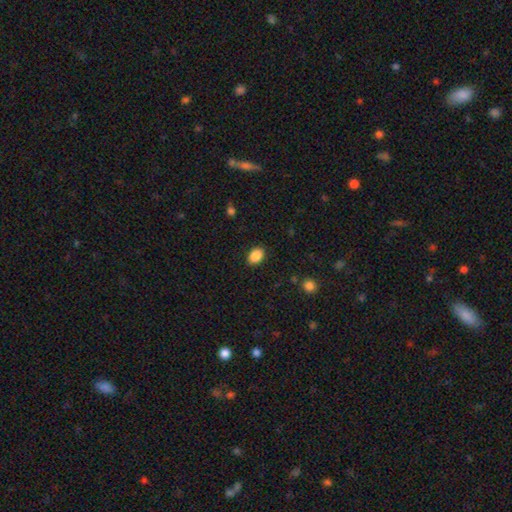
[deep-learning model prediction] A smooth galaxy with no disk features (88%) that is in between round and cigar-shaped (76%). Merging: none (88%).